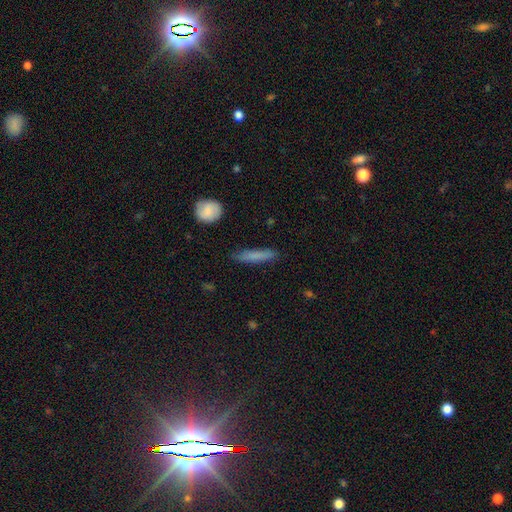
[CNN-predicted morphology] type=smooth (77%); roundness=cigar-shaped (88%); merging=none (84%).